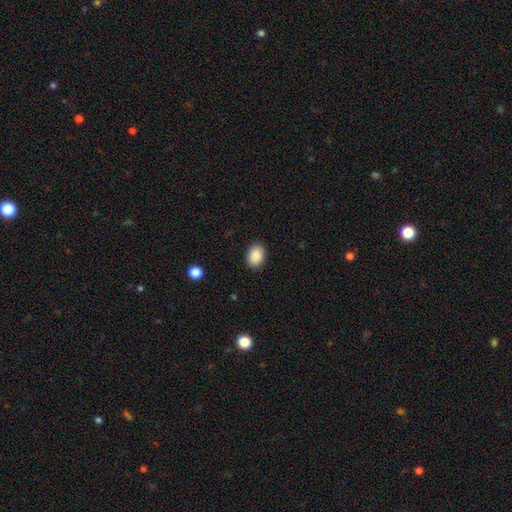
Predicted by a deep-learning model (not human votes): Smooth or featured? Predicted: smooth (p=0.89). How rounded? Predicted: in between (p=0.74). Merging? Predicted: none (p=0.89).